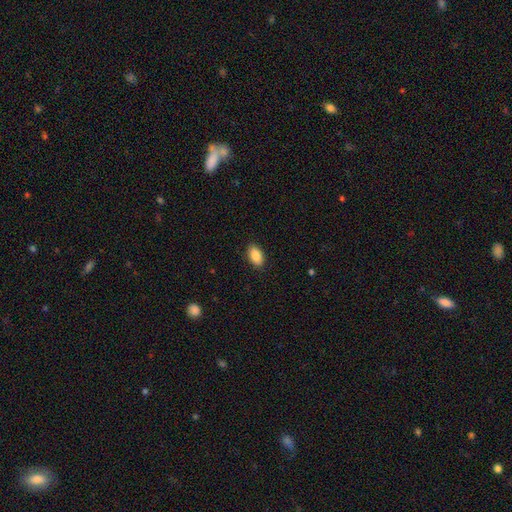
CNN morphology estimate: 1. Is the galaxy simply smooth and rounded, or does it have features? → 87% smooth, 7% star or artifact, 6% featured or disk.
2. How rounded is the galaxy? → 93% in between, 4% round, 3% cigar-shaped.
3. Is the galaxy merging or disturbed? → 89% none, 8% minor disturbance, 2% major disturbance, 1% merger.